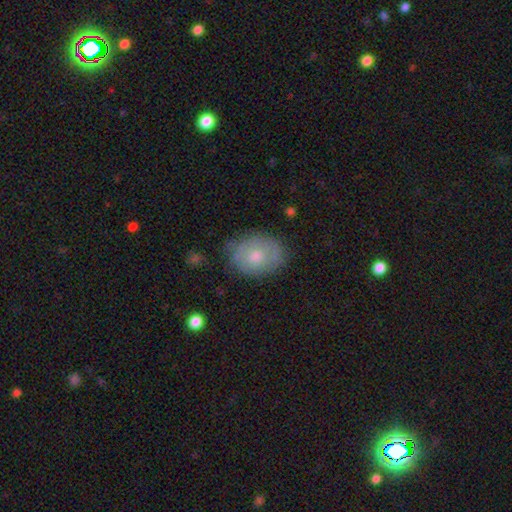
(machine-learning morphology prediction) smooth-or-featured: smooth: 61% | featured or disk: 31% | star or artifact: 7%
  how-rounded: in between: 62% | round: 37% | cigar-shaped: 1%
  merging: none: 70% | minor disturbance: 22% | major disturbance: 6% | merger: 2%